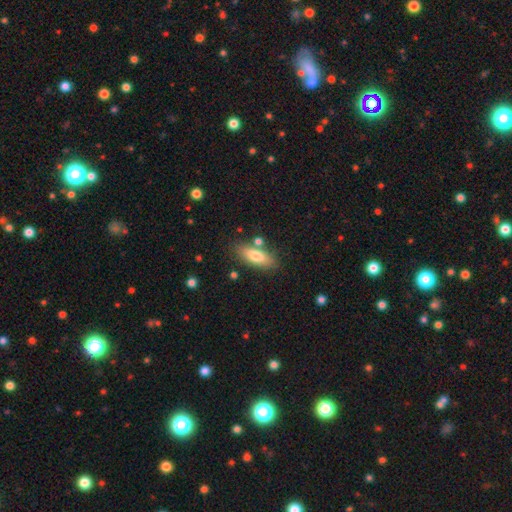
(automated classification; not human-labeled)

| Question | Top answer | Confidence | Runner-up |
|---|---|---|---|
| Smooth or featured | smooth | 74% | featured or disk (19%) |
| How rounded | in between | 69% | cigar-shaped (28%) |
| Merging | none | 77% | minor disturbance (12%) |